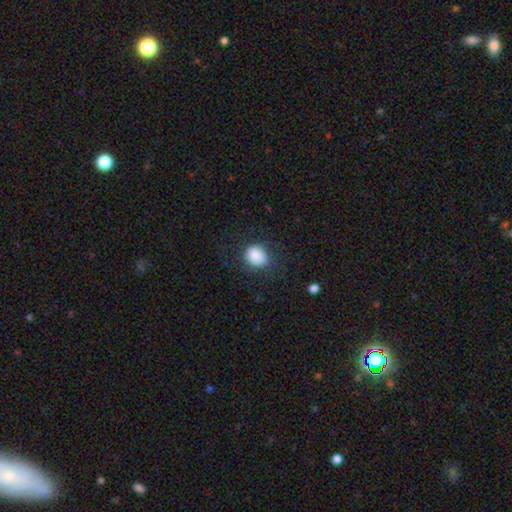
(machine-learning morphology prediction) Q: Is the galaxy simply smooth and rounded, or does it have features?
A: smooth — 85%.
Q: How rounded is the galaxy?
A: round — 75%.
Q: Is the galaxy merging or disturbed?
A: none — 78%.